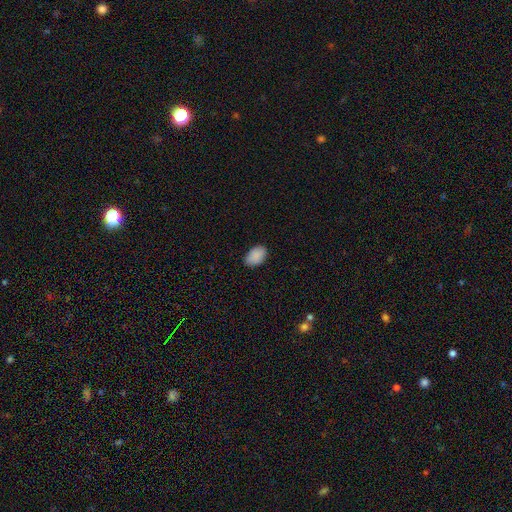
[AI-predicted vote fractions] Smooth or featured: smooth — 90% (star or artifact — 7%)
How rounded: in between — 91% (round — 8%)
Merging: none — 86% (minor disturbance — 11%)